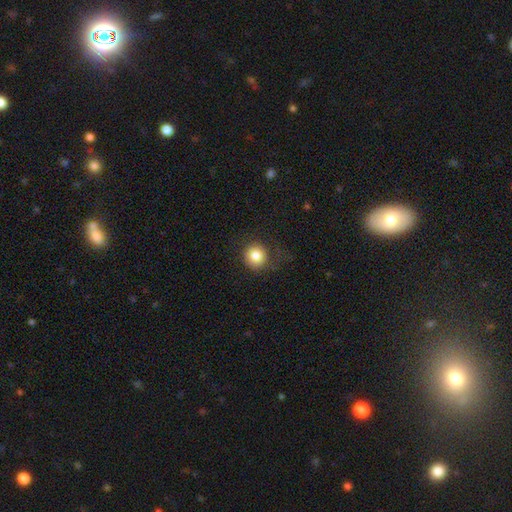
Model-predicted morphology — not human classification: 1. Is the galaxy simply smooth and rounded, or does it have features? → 83% smooth, 10% star or artifact, 7% featured or disk.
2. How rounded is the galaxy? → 91% round, 8% in between, 1% cigar-shaped.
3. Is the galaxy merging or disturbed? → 77% none, 15% minor disturbance, 8% major disturbance, 1% merger.